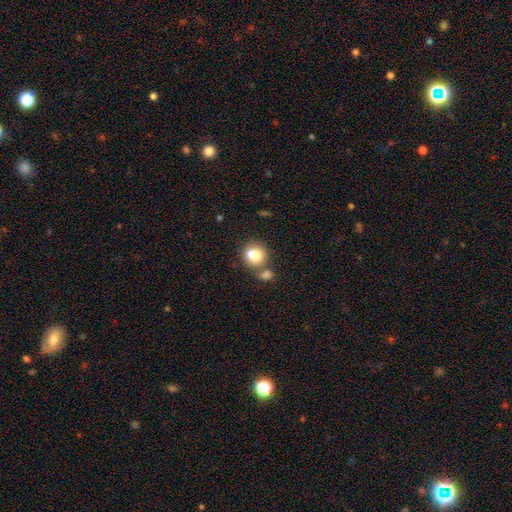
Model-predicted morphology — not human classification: Q: Smooth or featured?
A: smooth (76%); runner-up: featured or disk (14%)
Q: How rounded?
A: round (70%); runner-up: in between (29%)
Q: Merging?
A: none (43%); runner-up: merger (41%)